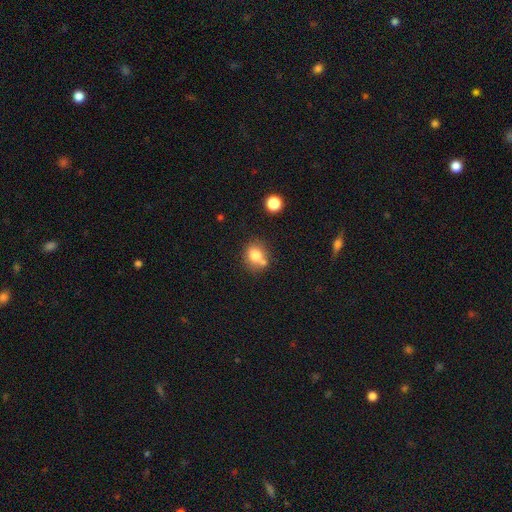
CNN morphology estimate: Smooth or featured? smooth (77%)
How rounded? round (64%)
Merging? none (56%)